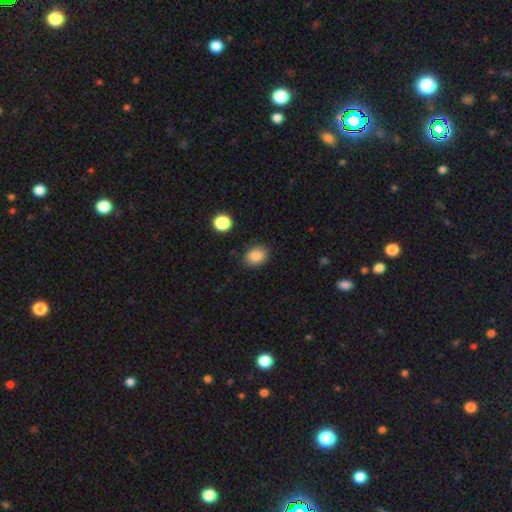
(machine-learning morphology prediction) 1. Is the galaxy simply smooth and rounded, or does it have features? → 86% smooth, 9% star or artifact, 4% featured or disk.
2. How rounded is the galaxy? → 62% in between, 37% round, 1% cigar-shaped.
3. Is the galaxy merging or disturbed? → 84% none, 11% minor disturbance, 3% major disturbance, 2% merger.